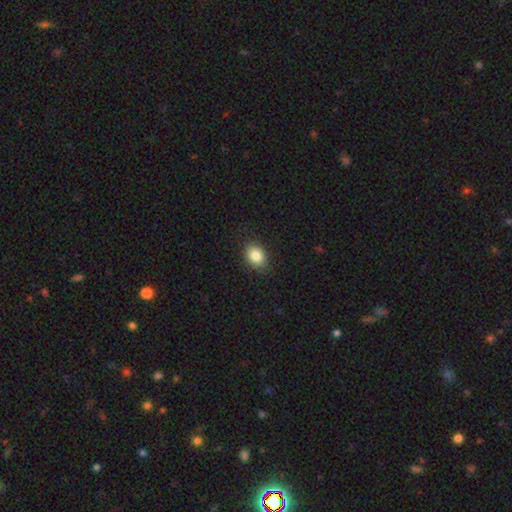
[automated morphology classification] smooth-or-featured: smooth: 84% | star or artifact: 9% | featured or disk: 7%
  how-rounded: in between: 68% | round: 31% | cigar-shaped: 1%
  merging: none: 84% | minor disturbance: 12% | major disturbance: 3% | merger: 1%